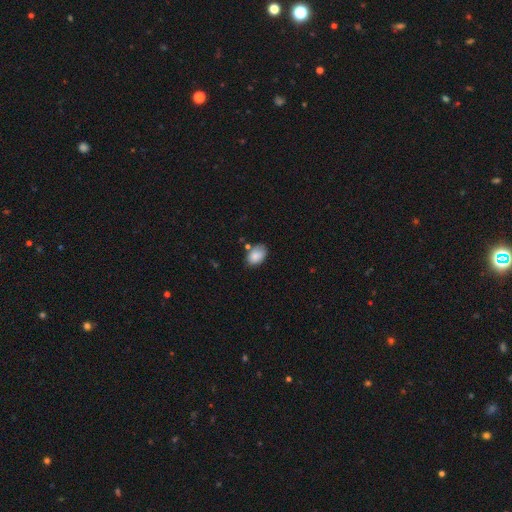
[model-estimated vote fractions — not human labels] Morphology: type=smooth (85%); roundness=in between (86%); merging=none (67%).